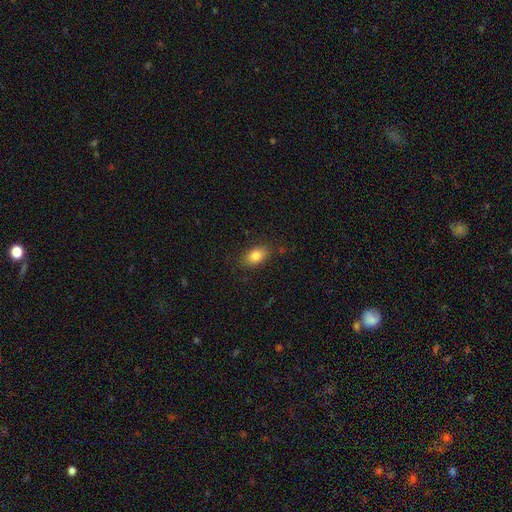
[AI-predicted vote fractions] Overall: smooth (83%). How rounded: in between (86%). Merging: none (84%).